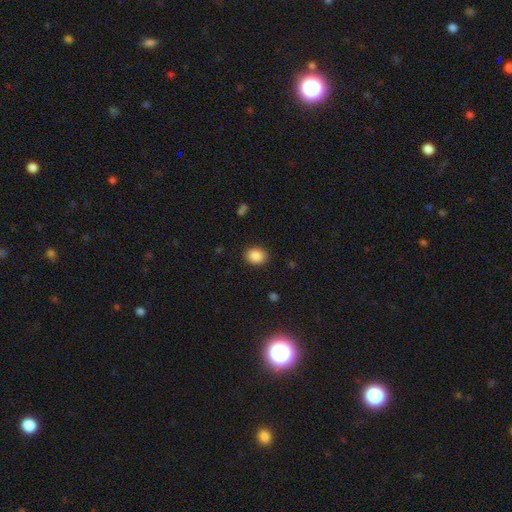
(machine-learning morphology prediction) Smooth or featured: smooth — 87% (star or artifact — 9%)
How rounded: round — 50% (in between — 49%)
Merging: none — 88% (minor disturbance — 8%)